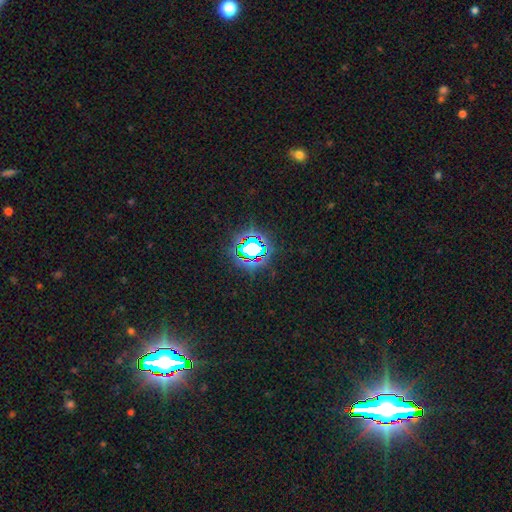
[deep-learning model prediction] This is likely a star or artifact rather than a galaxy (78%).